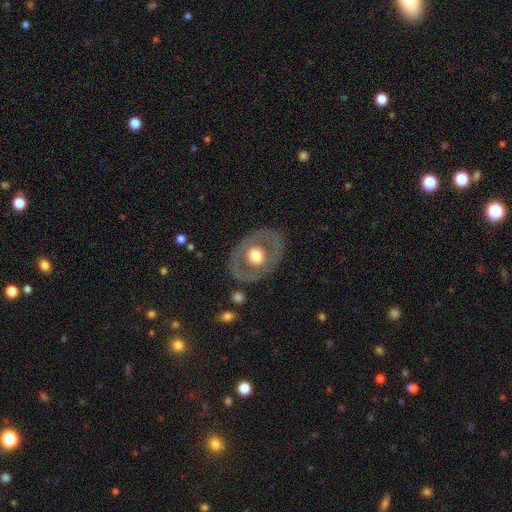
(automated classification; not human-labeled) This is possibly a featured or disk galaxy (54%). It is clearly not viewed edge-on (92%). Merging: clearly none (81%).